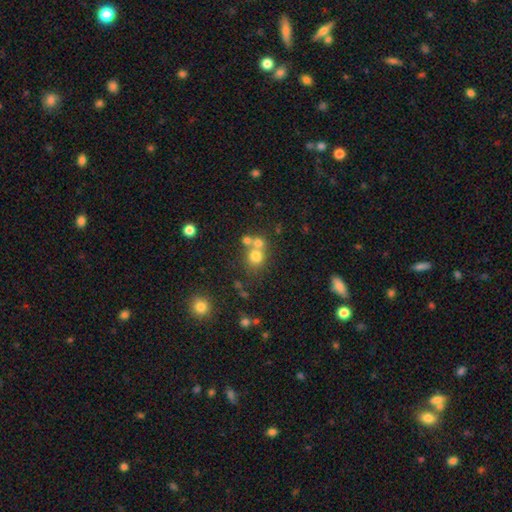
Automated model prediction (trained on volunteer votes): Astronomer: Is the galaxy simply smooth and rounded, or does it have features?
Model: smooth — 70%.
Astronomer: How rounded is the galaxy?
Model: round — 81%.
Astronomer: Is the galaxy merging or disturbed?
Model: none — 47% (runner-up: merger, 41%).